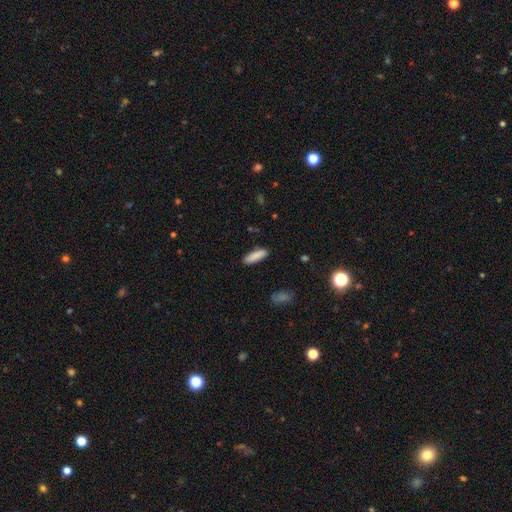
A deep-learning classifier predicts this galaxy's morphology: Smooth or featured: smooth — 87% (star or artifact — 7%)
How rounded: cigar-shaped — 56% (in between — 42%)
Merging: none — 88% (minor disturbance — 9%)